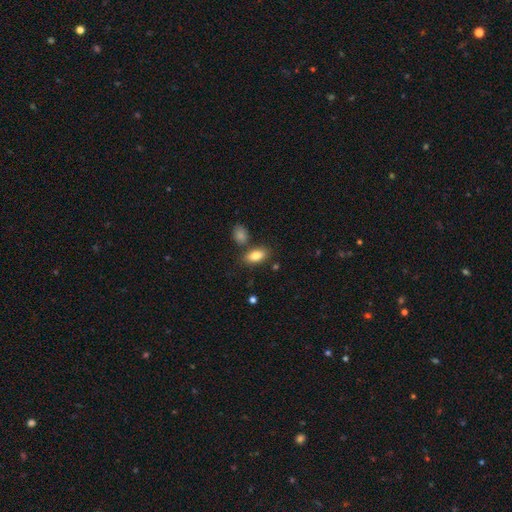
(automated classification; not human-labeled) Smooth or featured?
  - smooth: 84% *
  - featured or disk: 9%
  - star or artifact: 7%
How rounded?
  - in between: 90% *
  - cigar-shaped: 5%
  - round: 5%
Merging?
  - none: 75% *
  - minor disturbance: 11%
  - merger: 11%
  - major disturbance: 3%